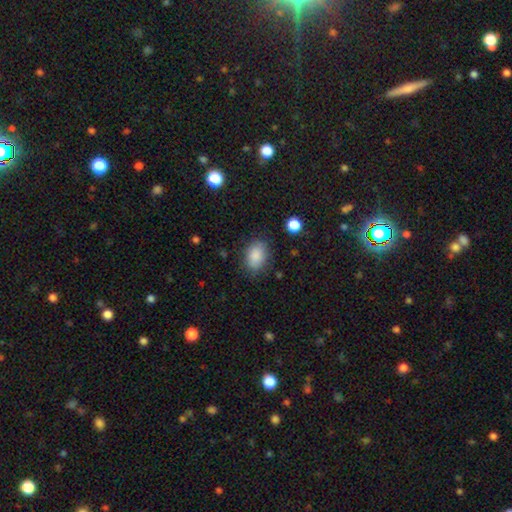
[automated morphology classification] smooth_or_featured: smooth (p=0.86) [alt: star or artifact p=0.08]
how_rounded: in between (p=0.81) [alt: round p=0.18]
merging: none (p=0.79) [alt: minor disturbance p=0.15]